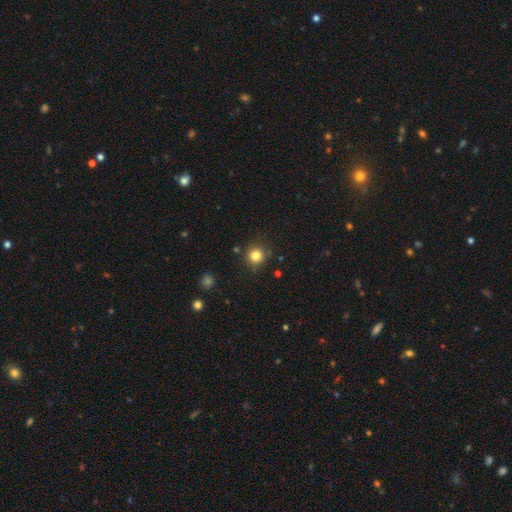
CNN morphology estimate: smooth-or-featured: smooth: 82% | star or artifact: 12% | featured or disk: 6%
  how-rounded: round: 93% | in between: 6% | cigar-shaped: 1%
  merging: none: 86% | minor disturbance: 9% | major disturbance: 3% | merger: 3%